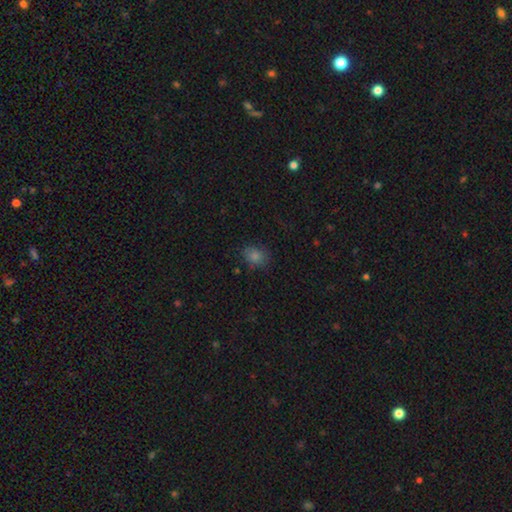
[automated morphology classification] This appears to be a smooth galaxy with no disk features (77%) that is round (52%). Merging: none (82%).